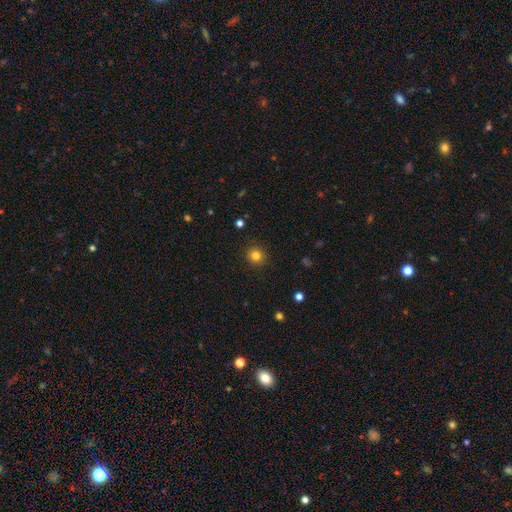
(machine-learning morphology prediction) Q: Smooth or featured?
A: smooth (82%); runner-up: star or artifact (13%)
Q: How rounded?
A: round (92%); runner-up: in between (7%)
Q: Merging?
A: none (91%); runner-up: minor disturbance (6%)